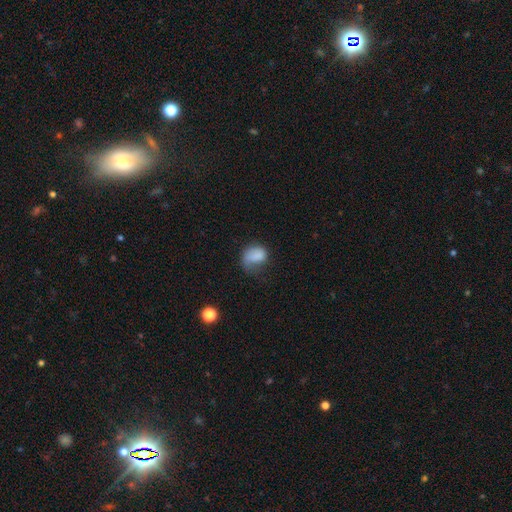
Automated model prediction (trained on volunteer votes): This appears to be a smooth galaxy with no disk features (76%) that is in between round and cigar-shaped (61%). Merging: major disturbance (37%).